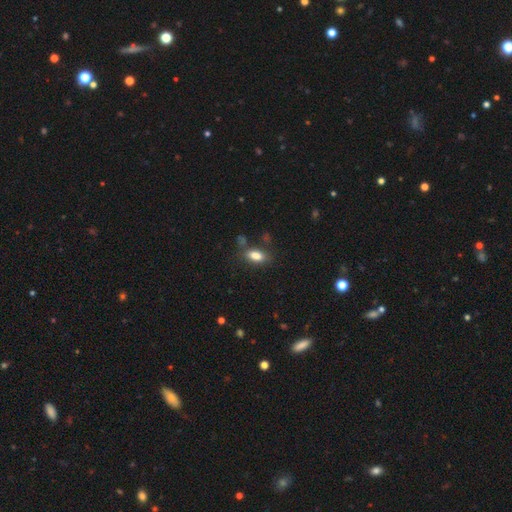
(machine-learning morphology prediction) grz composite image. It shows a smooth galaxy with no disk features (83%) that is in between round and cigar-shaped (86%). Merging: none (74%).